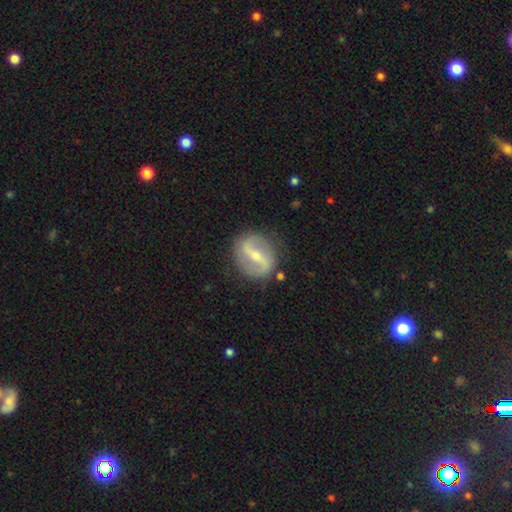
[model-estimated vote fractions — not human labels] The model was most divided on "spiral winding": loose: 49%, medium: 36%, tight: 15%. More confident: edge-on disk — no (95%); spiral arm count — 2 (90%); merging — none (85%); spiral arms — yes (83%); smooth or featured — featured or disk (81%); bar — strong (63%); bulge size — small (59%).